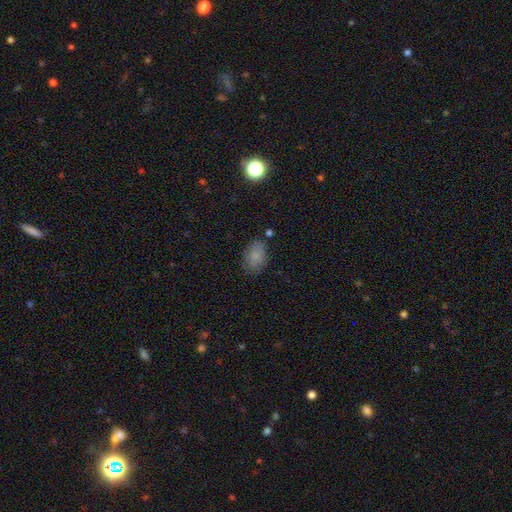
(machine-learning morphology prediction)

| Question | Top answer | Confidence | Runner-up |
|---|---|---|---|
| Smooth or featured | smooth | 81% | star or artifact (10%) |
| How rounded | in between | 82% | round (17%) |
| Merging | none | 71% | minor disturbance (20%) |